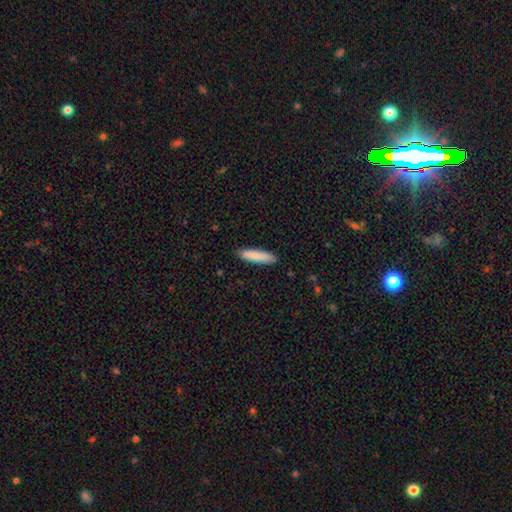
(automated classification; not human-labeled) A smooth galaxy with no disk features (87%) that is cigar-shaped (79%).

Vote fractions:
- Smooth or featured? smooth: 87% / featured or disk: 7% / star or artifact: 6%
- How rounded? cigar-shaped: 79% / in between: 20% / round: 1%
- Merging? none: 90% / minor disturbance: 8% / major disturbance: 2% / merger: 1%